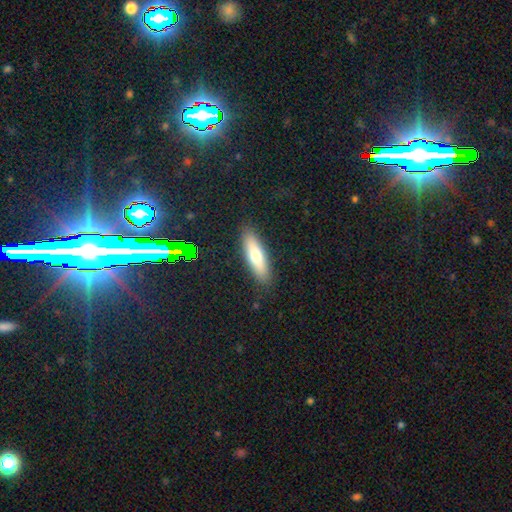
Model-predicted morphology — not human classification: This appears to be a smooth galaxy with no disk features (68%) that is cigar-shaped (55%). Merging: none (88%).